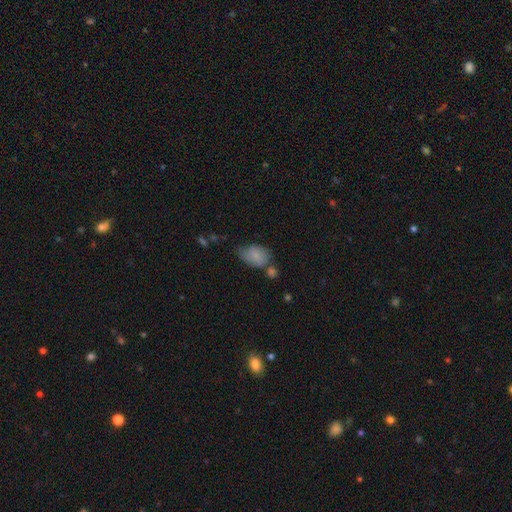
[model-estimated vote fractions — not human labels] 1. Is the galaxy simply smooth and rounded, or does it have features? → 77% smooth, 15% featured or disk, 8% star or artifact.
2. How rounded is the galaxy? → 79% in between, 20% round, 1% cigar-shaped.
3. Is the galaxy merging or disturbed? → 44% none, 30% minor disturbance, 16% merger, 9% major disturbance.